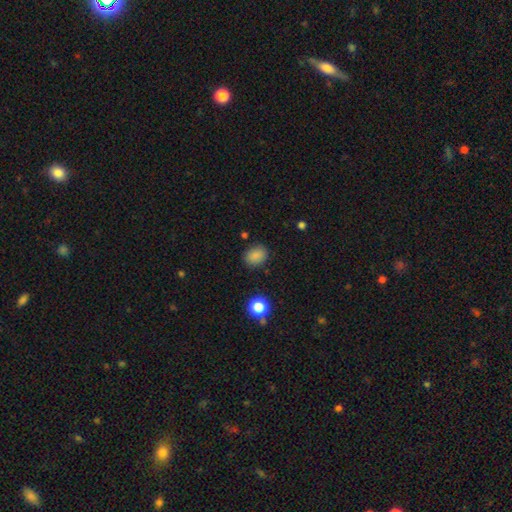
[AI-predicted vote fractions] A smooth galaxy with no disk features (85%) that is round (50%).

Vote fractions:
- Smooth or featured? smooth: 85% / star or artifact: 11% / featured or disk: 4%
- How rounded? round: 50% / in between: 49% / cigar-shaped: 1%
- Merging? none: 85% / minor disturbance: 10% / major disturbance: 3% / merger: 2%